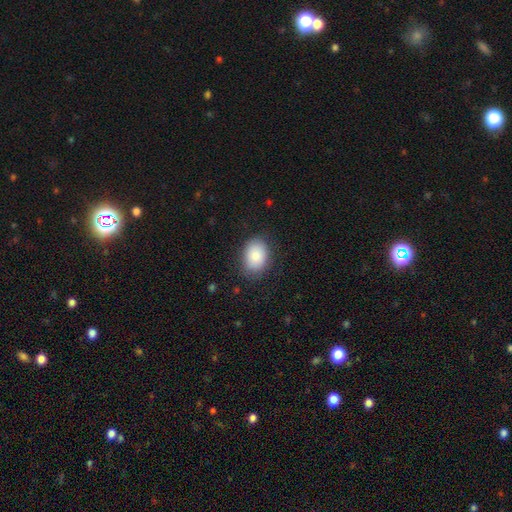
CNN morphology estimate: Smooth or featured? smooth (86%)
How rounded? in between (74%)
Merging? none (82%)